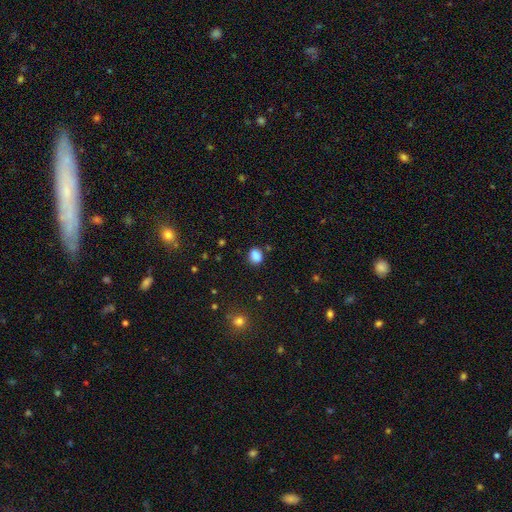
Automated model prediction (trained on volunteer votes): Smooth or featured?
  - smooth: 86% *
  - star or artifact: 11%
  - featured or disk: 4%
How rounded?
  - in between: 53% *
  - round: 46%
  - cigar-shaped: 1%
Merging?
  - none: 80% *
  - minor disturbance: 12%
  - merger: 4%
  - major disturbance: 3%